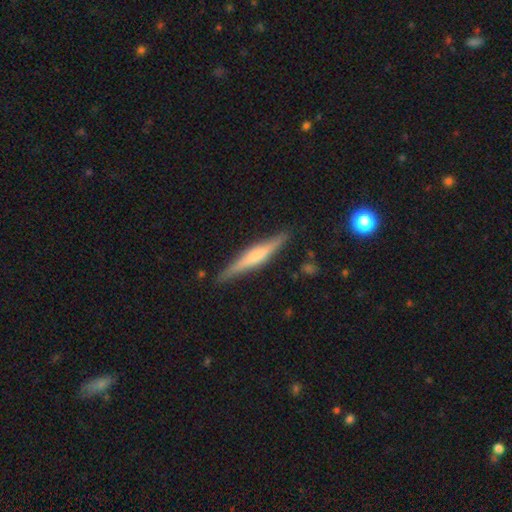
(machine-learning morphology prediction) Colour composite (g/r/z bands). It shows a featured or disk galaxy (62%) viewed edge-on (97%) with a rounded central bulge (54%). Merging: none (88%).